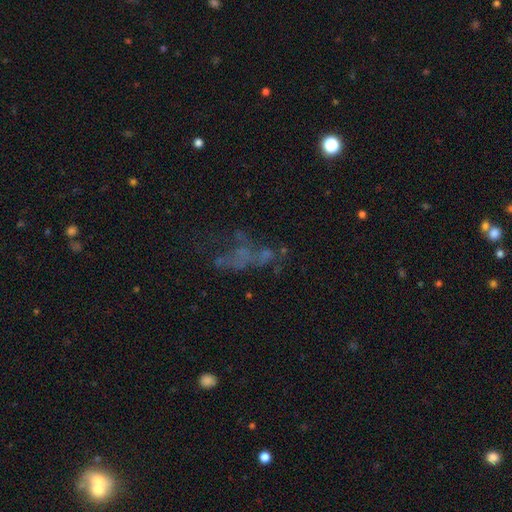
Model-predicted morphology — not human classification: Q: Smooth or featured?
A: featured or disk (46%); runner-up: star or artifact (30%)
Q: Merging?
A: none (43%); runner-up: major disturbance (32%)